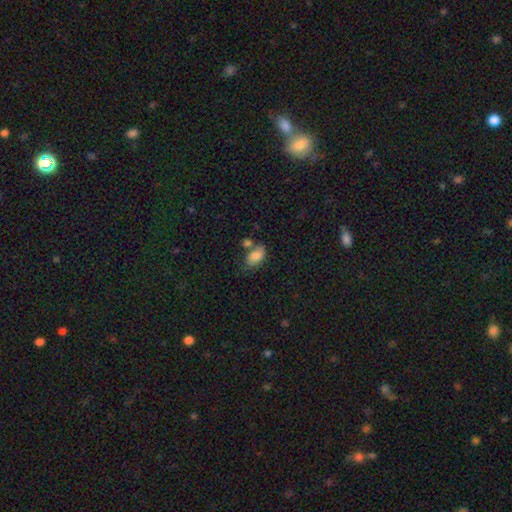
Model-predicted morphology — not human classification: This appears to be a smooth galaxy with no disk features (81%) that is in between round and cigar-shaped (90%). Merging: none (44%).